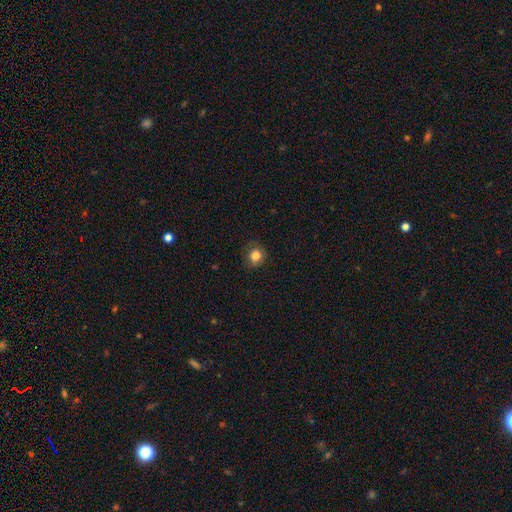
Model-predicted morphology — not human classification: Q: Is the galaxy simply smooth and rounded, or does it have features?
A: smooth — 82%.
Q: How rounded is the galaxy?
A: round — 82%.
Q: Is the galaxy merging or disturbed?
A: none — 78%.